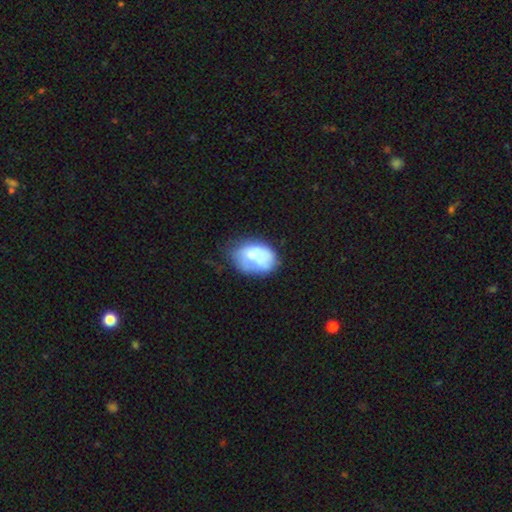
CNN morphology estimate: smooth_or_featured: smooth (p=0.57) [alt: featured or disk p=0.35]
how_rounded: in between (p=0.76) [alt: round p=0.23]
merging: none (p=0.40) [alt: minor disturbance p=0.31]